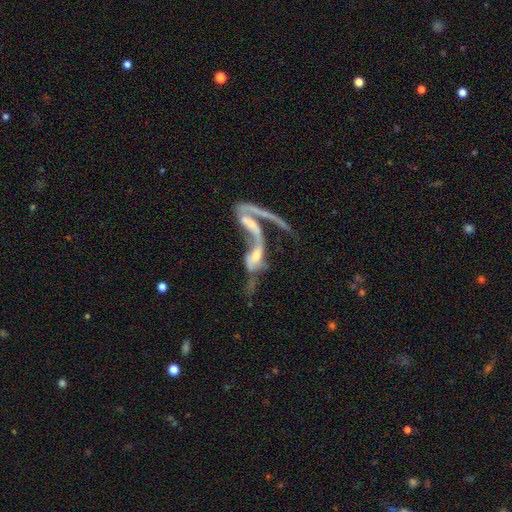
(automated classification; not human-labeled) This is likely a featured or disk galaxy (71%). It is clearly not viewed edge-on (88%). Bar: possibly no (58%). Spiral arm pattern: likely yes (62%). Central bulge: marginally moderate (38%). Merging: likely merger (67%).